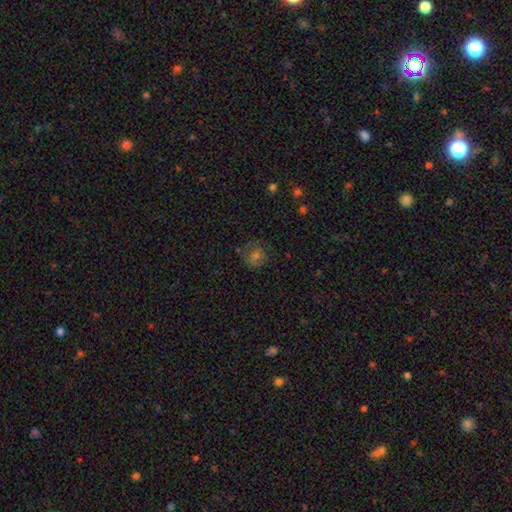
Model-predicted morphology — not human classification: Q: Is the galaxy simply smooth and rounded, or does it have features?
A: smooth — 59%.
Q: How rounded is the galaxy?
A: round — 83%.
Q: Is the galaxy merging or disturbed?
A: none — 70%.